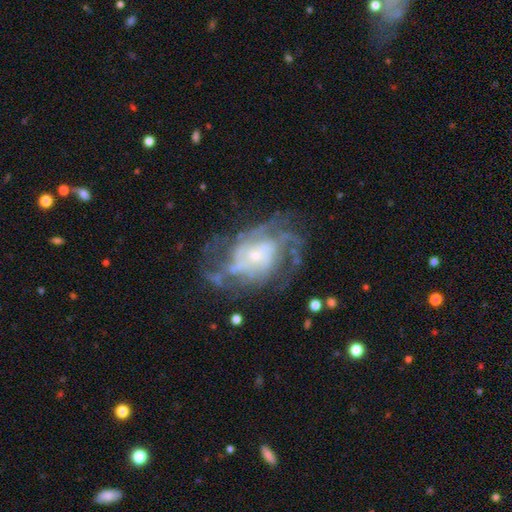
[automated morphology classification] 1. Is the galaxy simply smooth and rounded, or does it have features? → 83% featured or disk, 9% smooth, 7% star or artifact.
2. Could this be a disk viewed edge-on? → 97% no, 3% yes.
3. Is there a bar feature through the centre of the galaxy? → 70% no, 25% weak, 5% strong.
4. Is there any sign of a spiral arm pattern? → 86% yes, 14% no.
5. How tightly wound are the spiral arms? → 42% tight, 40% medium, 18% loose.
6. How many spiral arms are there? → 40% can't tell, 17% 4, 16% 3, 13% 2, 9% more than 4, 5% 1.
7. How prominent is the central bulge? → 58% small, 29% moderate, 6% large, 5% none, 1% dominant.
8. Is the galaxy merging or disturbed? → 57% none, 21% major disturbance, 19% minor disturbance, 3% merger.